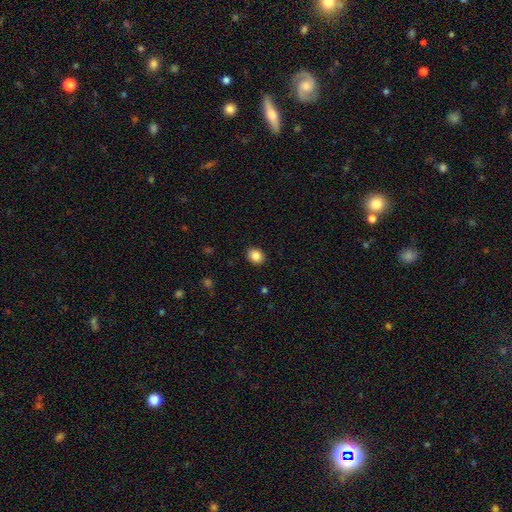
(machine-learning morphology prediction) This is clearly a smooth galaxy (86%). How rounded: possibly round (54%). Merging: clearly none (90%).